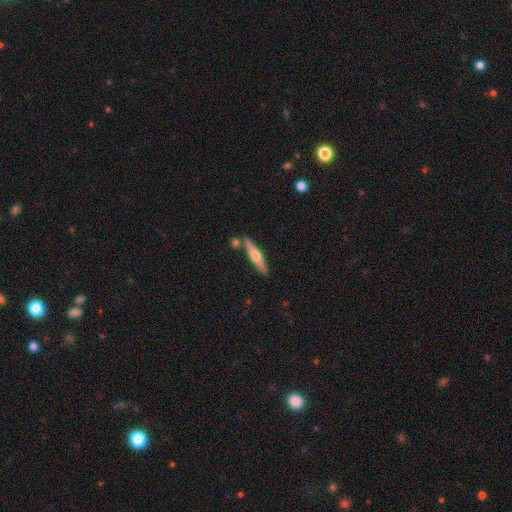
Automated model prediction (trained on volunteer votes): The model was most divided on "smooth or featured": featured or disk: 55%, smooth: 39%, star or artifact: 5%. More confident: edge-on disk — yes (95%); edge-on bulge — rounded (91%); merging — none (80%).